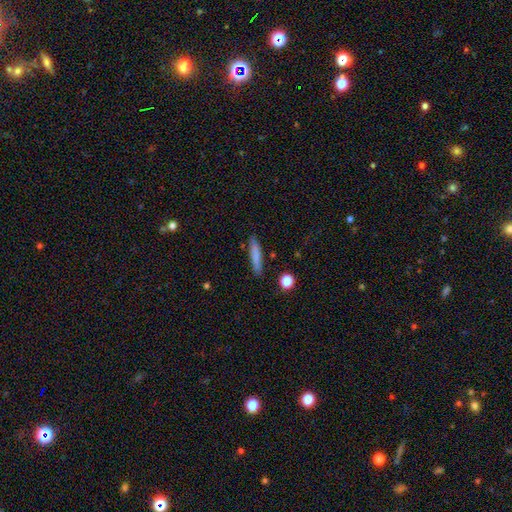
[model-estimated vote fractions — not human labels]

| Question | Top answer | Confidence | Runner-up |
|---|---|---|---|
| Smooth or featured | smooth | 78% | featured or disk (15%) |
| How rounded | cigar-shaped | 88% | in between (10%) |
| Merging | none | 85% | minor disturbance (10%) |